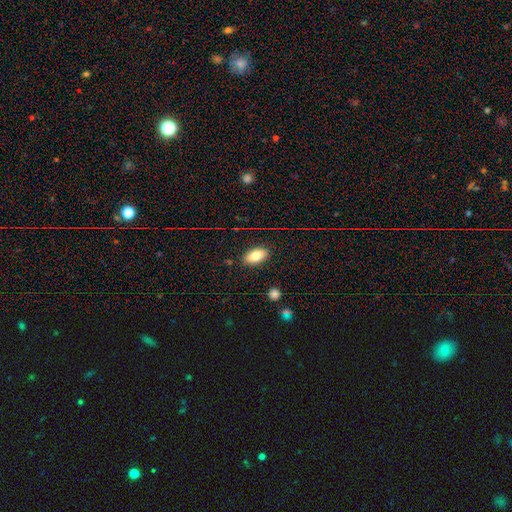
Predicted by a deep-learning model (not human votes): This appears to be a smooth galaxy with no disk features (79%) that is in between round and cigar-shaped (92%). Merging: none (86%).